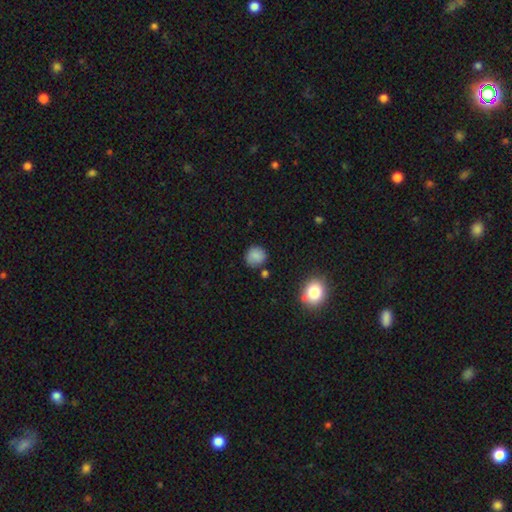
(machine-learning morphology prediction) smooth_or_featured: smooth (p=0.83) [alt: star or artifact p=0.10]
how_rounded: round (p=0.89) [alt: in between p=0.10]
merging: none (p=0.79) [alt: minor disturbance p=0.13]